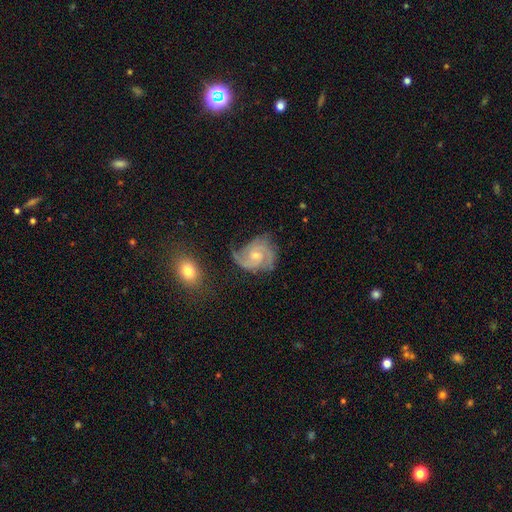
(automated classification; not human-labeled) Overall: featured or disk (86%). Edge-on disk: no (98%). Bar: no (61%; weak 34%). Spiral arms: yes (97%). Spiral arm count: 2 (54%; 3 25%). Spiral winding: medium (47%; tight 41%). Bulge size: small (52%; moderate 43%). Merging: none (57%; minor disturbance 26%).